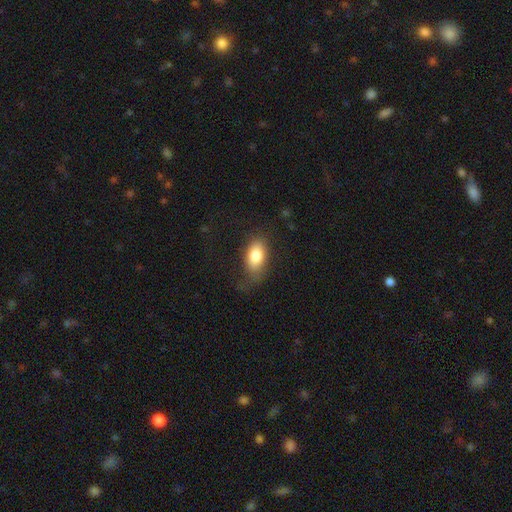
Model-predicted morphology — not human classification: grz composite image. It shows a smooth galaxy with no disk features (80%) that is in between round and cigar-shaped (91%). Merging: none (61%).